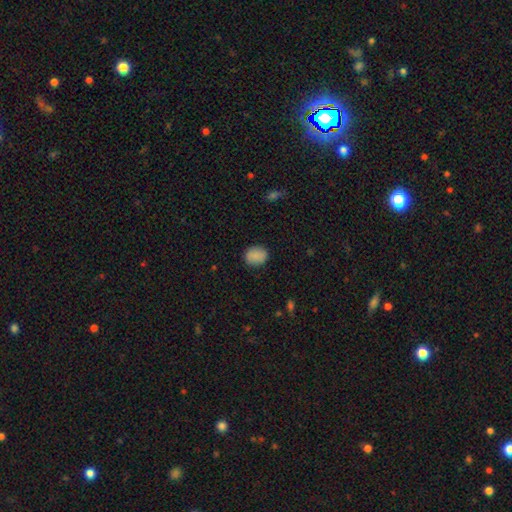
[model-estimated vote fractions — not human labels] Q: Smooth or featured?
A: smooth (87%); runner-up: star or artifact (8%)
Q: How rounded?
A: round (67%); runner-up: in between (32%)
Q: Merging?
A: none (87%); runner-up: minor disturbance (9%)